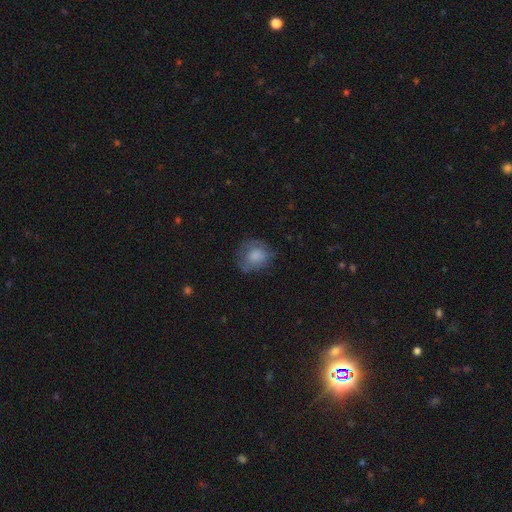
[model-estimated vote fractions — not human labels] A smooth galaxy with no disk features (68%) that is round (73%). Merging: none (58%).